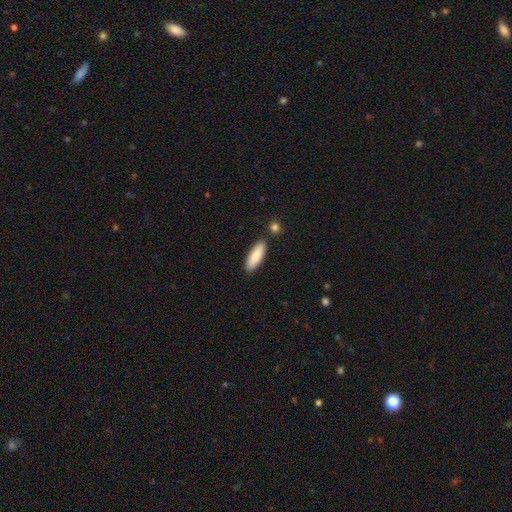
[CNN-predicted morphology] Smooth or featured? smooth (84%)
How rounded? in between (56%)
Merging? none (84%)